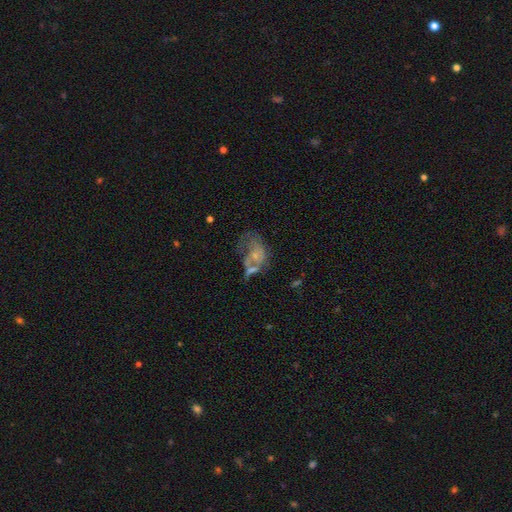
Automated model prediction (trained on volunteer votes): A featured or disk galaxy (52%) with no bar (81%), no spiral arms (59%) and a small central bulge (52%). Merging: major disturbance (36%).